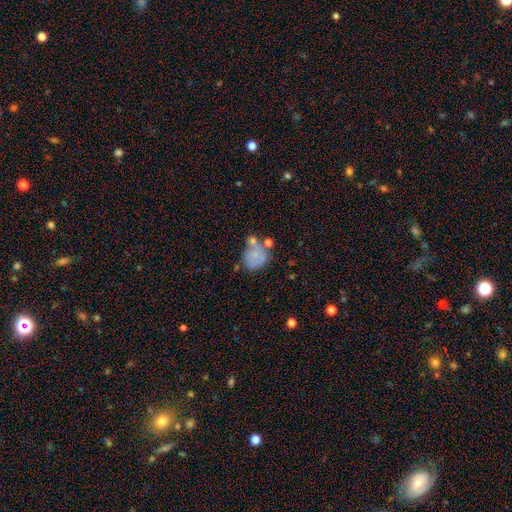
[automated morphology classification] smooth-or-featured: smooth: 56% | featured or disk: 33% | star or artifact: 12%
  how-rounded: round: 56% | in between: 43% | cigar-shaped: 1%
  merging: none: 32% | merger: 26% | minor disturbance: 22% | major disturbance: 21%